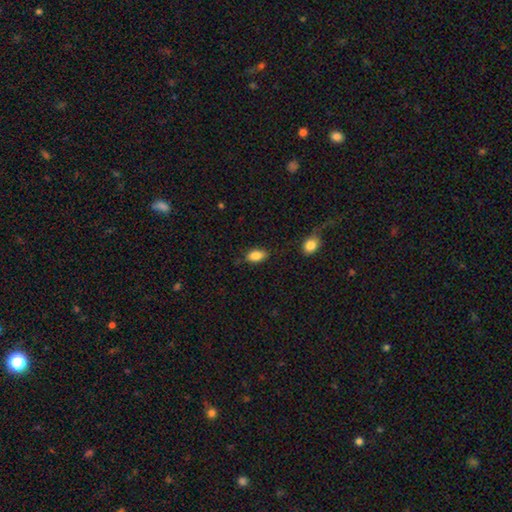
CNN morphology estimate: Q: Smooth or featured?
A: smooth (87%); runner-up: star or artifact (8%)
Q: How rounded?
A: in between (90%); runner-up: round (6%)
Q: Merging?
A: none (79%); runner-up: minor disturbance (16%)